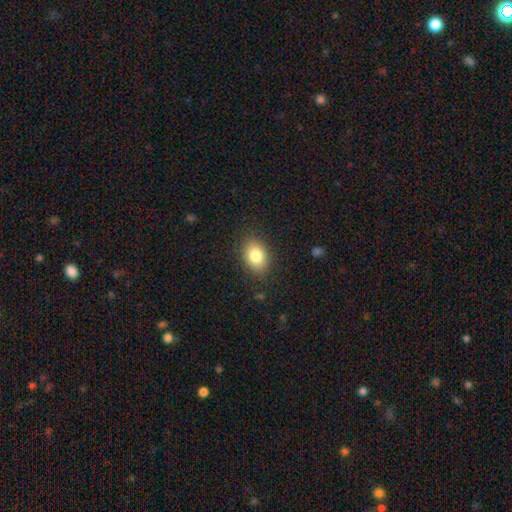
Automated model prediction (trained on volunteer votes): Smooth or featured?
  - smooth: 82% *
  - featured or disk: 9%
  - star or artifact: 9%
How rounded?
  - in between: 76% *
  - round: 23%
  - cigar-shaped: 1%
Merging?
  - none: 86% *
  - minor disturbance: 10%
  - major disturbance: 3%
  - merger: 1%